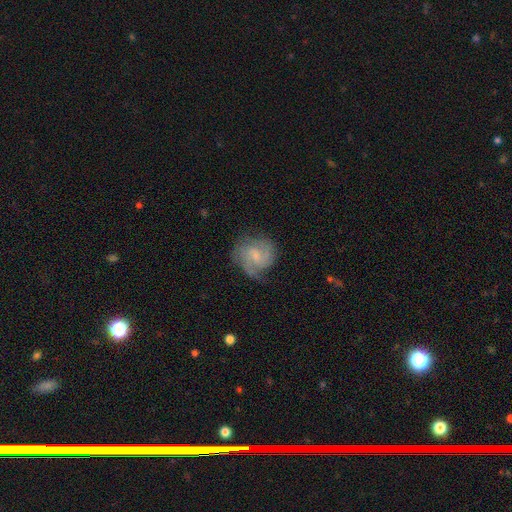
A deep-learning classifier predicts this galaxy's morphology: featured or disk 65%, smooth 28%, star or artifact 7%. Down the decision tree: edge-on disk — no (98%); bar — no (48%); spiral arms — yes (89%); spiral arm count — 2 (48%); spiral winding — medium (46%); bulge size — small (47%); merging — none (61%).